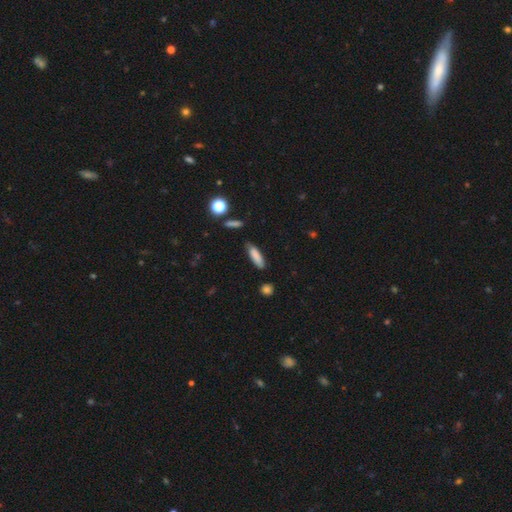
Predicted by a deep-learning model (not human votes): Overall: smooth (83%). How rounded: cigar-shaped (64%; in between 34%). Merging: none (79%).